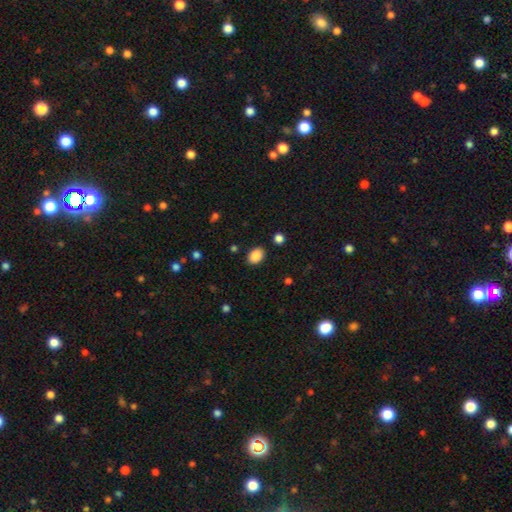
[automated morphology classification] A smooth galaxy with no disk features (88%) that is in between round and cigar-shaped (73%).

Vote fractions:
- Smooth or featured? smooth: 88% / star or artifact: 9% / featured or disk: 4%
- How rounded? in between: 73% / round: 26% / cigar-shaped: 1%
- Merging? none: 87% / minor disturbance: 9% / major disturbance: 3% / merger: 2%